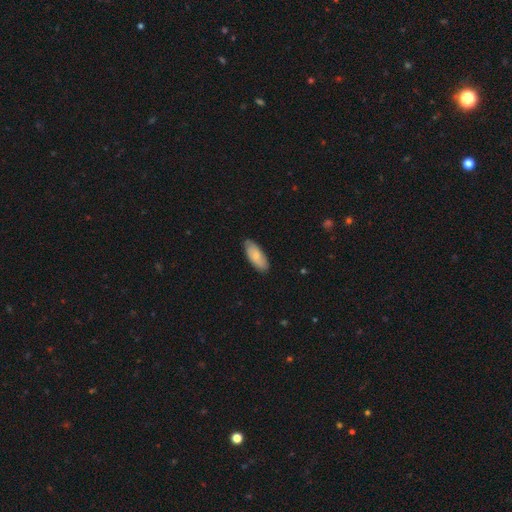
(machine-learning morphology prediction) This appears to be a smooth galaxy with no disk features (72%) that is in between round and cigar-shaped (82%). Merging: none (83%).